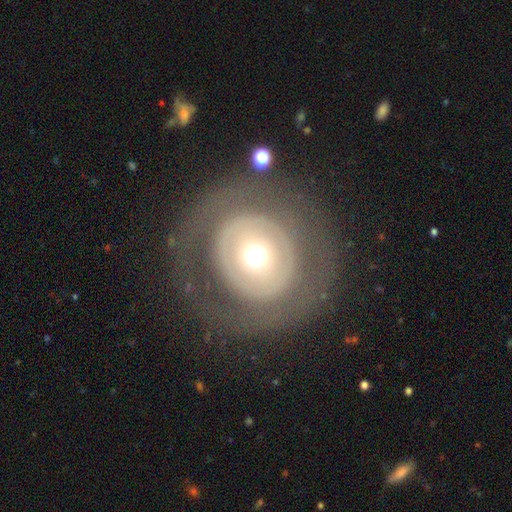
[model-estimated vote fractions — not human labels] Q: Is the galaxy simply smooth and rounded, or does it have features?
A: featured or disk — 52%.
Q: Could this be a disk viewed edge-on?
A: no — 94%.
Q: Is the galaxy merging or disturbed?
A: none — 74%.